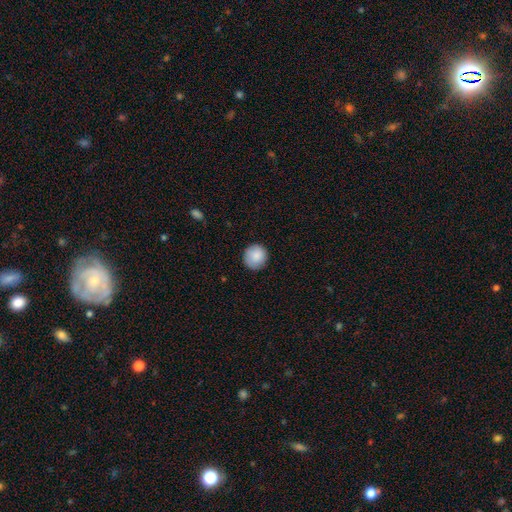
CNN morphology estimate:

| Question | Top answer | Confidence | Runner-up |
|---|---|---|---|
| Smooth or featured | smooth | 87% | star or artifact (7%) |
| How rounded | round | 91% | in between (8%) |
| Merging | none | 88% | minor disturbance (9%) |